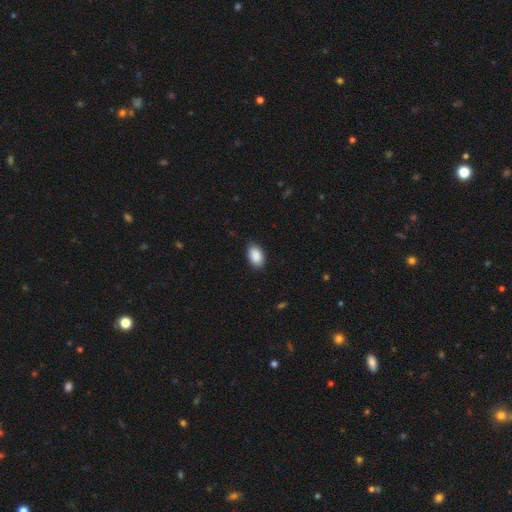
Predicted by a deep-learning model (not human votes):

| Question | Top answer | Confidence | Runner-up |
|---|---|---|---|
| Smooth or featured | smooth | 90% | star or artifact (7%) |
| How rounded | in between | 92% | round (7%) |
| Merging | none | 84% | minor disturbance (13%) |